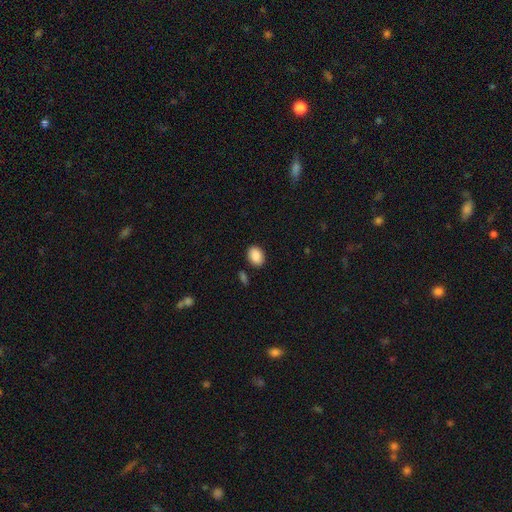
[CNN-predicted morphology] The model was most divided on "how rounded": in between: 74%, round: 25%, cigar-shaped: 1%. More confident: smooth or featured — smooth (89%); merging — none (86%).